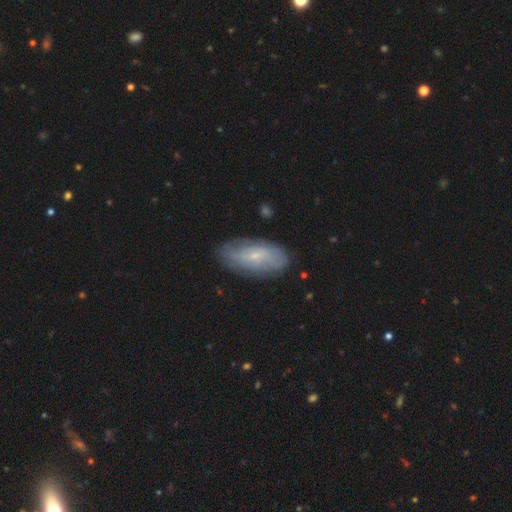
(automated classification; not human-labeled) Q: Smooth or featured?
A: featured or disk (46%); tied with: smooth (46%)
Q: Merging?
A: none (80%); runner-up: minor disturbance (15%)